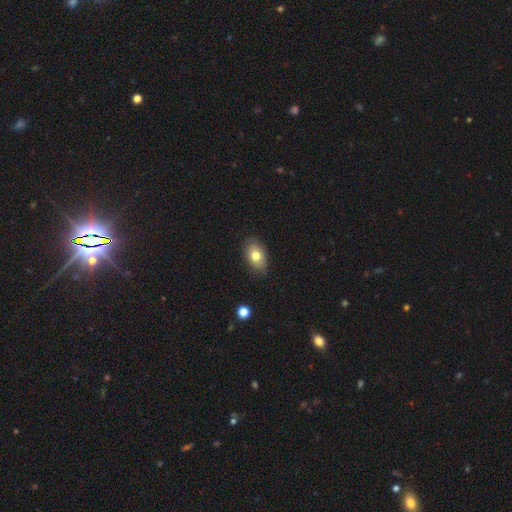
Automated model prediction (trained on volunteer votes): A smooth galaxy with no disk features (75%) that is in between round and cigar-shaped (88%).

Vote fractions:
- Smooth or featured? smooth: 75% / featured or disk: 17% / star or artifact: 8%
- How rounded? in between: 88% / round: 11% / cigar-shaped: 2%
- Merging? none: 81% / minor disturbance: 16% / major disturbance: 3% / merger: 1%